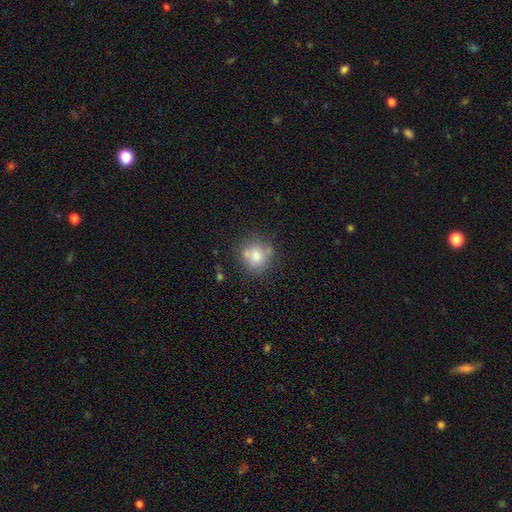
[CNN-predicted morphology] smooth 72%, featured or disk 18%, star or artifact 11%. Down the decision tree: how rounded — round (83%); merging — none (62%).